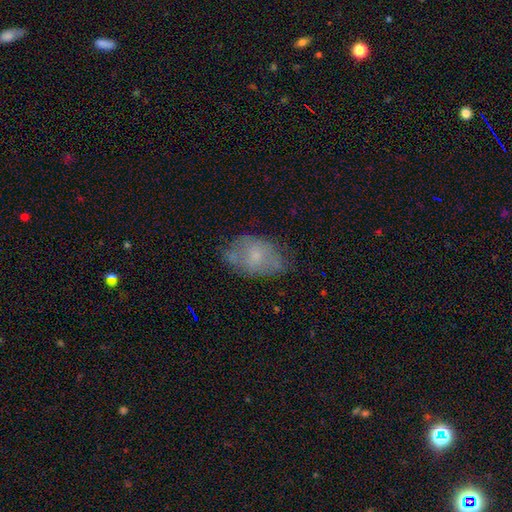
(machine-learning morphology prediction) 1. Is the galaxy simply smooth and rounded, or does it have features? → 56% smooth, 35% featured or disk, 9% star or artifact.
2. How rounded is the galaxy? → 85% in between, 13% round, 2% cigar-shaped.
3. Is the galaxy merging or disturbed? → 56% none, 30% minor disturbance, 11% major disturbance, 4% merger.